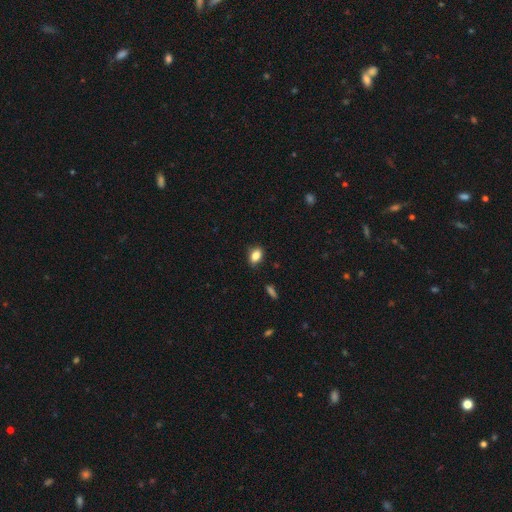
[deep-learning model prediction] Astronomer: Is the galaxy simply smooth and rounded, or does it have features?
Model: smooth — 84%.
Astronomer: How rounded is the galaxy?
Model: in between — 79%.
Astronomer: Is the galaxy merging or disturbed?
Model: none — 83%.